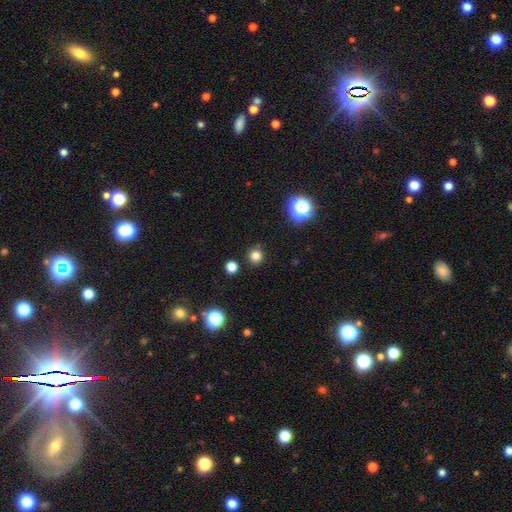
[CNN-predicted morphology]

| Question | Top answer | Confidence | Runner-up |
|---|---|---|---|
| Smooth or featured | smooth | 79% | star or artifact (17%) |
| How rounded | round | 93% | in between (6%) |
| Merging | none | 88% | minor disturbance (7%) |